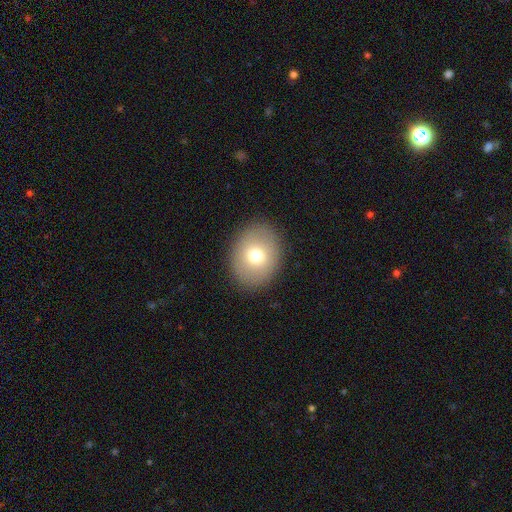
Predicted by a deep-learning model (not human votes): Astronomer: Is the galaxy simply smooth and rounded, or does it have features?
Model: smooth — 74%.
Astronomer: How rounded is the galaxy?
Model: round — 51% (runner-up: in between, 48%).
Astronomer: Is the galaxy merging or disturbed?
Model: none — 89%.